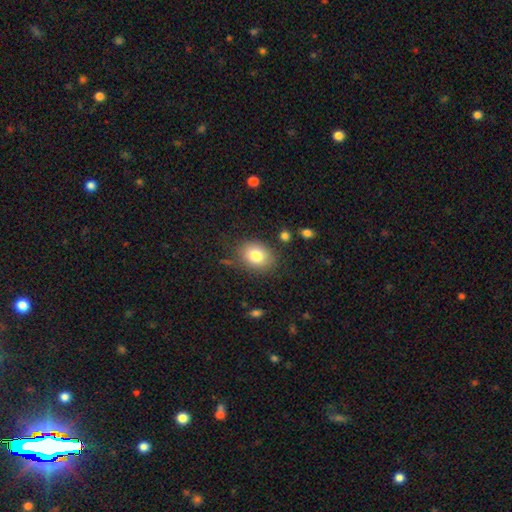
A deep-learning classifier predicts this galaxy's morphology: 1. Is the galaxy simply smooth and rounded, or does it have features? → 81% smooth, 10% featured or disk, 9% star or artifact.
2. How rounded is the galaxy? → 57% in between, 42% round, 1% cigar-shaped.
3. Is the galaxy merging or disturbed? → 80% none, 13% minor disturbance, 4% major disturbance, 3% merger.